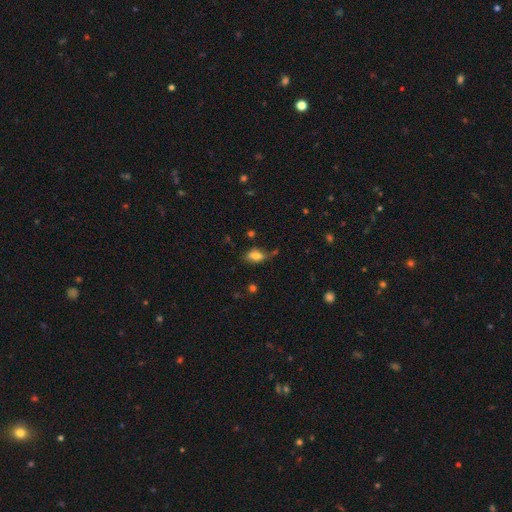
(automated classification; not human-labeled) Overall: smooth (73%). How rounded: in between (83%). Merging: none (55%; minor disturbance 28%).